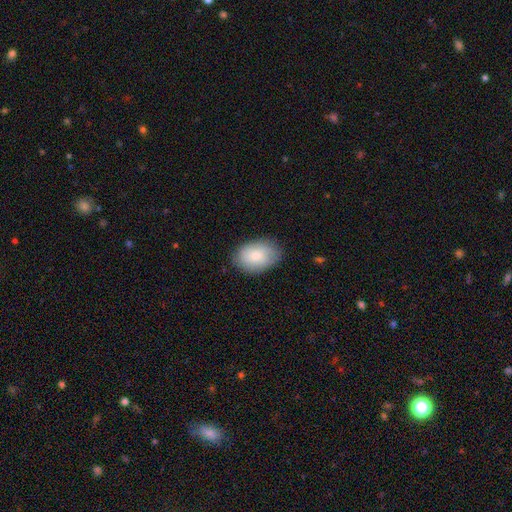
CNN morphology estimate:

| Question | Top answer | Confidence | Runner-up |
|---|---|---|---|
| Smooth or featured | smooth | 81% | featured or disk (12%) |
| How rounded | in between | 83% | round (16%) |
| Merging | none | 81% | minor disturbance (15%) |